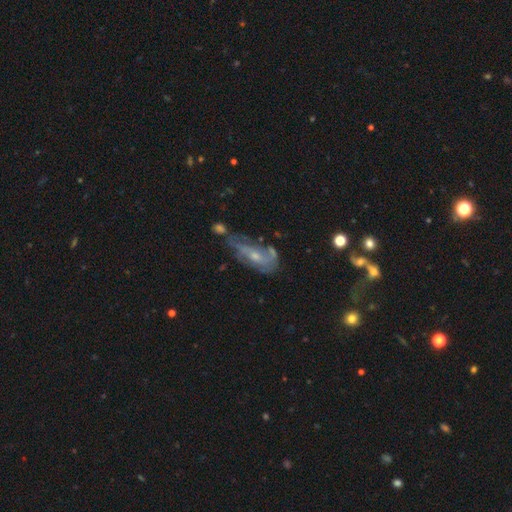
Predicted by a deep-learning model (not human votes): smooth-or-featured: featured or disk: 66% | smooth: 24% | star or artifact: 10%
  disk-edge-on: no: 87% | yes: 13%
    bar: no: 59% | weak: 32% | strong: 9%
    has-spiral-arms: yes: 66% | no: 34%
    bulge-size: small: 53% | moderate: 40% | none: 4% | large: 2% | dominant: 1%
  merging: none: 35% | minor disturbance: 27% | major disturbance: 25% | merger: 13%